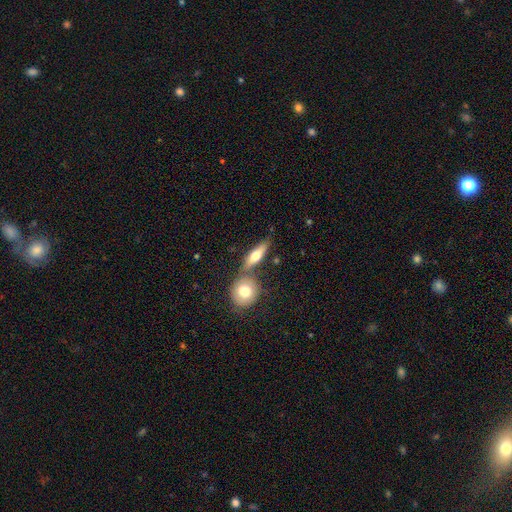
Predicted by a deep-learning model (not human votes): smooth 59%, featured or disk 34%, star or artifact 7%. Down the decision tree: how rounded — in between (49%); merging — none (54%).